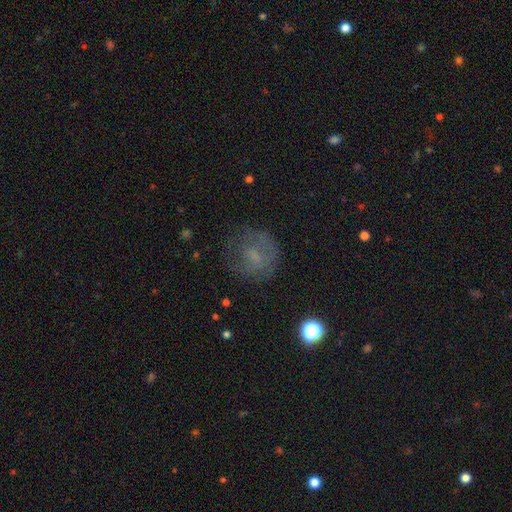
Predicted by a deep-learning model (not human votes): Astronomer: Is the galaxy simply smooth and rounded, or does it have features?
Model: smooth — 45% (runner-up: featured or disk, 38%).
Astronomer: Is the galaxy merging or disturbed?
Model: none — 64%.